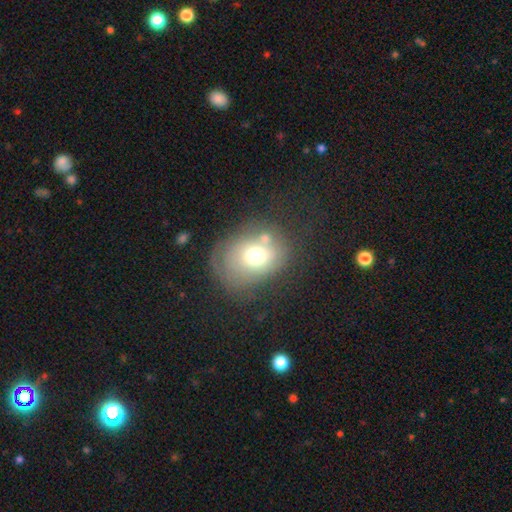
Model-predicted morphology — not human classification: The model was most divided on "how rounded": in between: 51%, round: 48%, cigar-shaped: 1%. More confident: smooth or featured — smooth (62%); merging — none (51%).